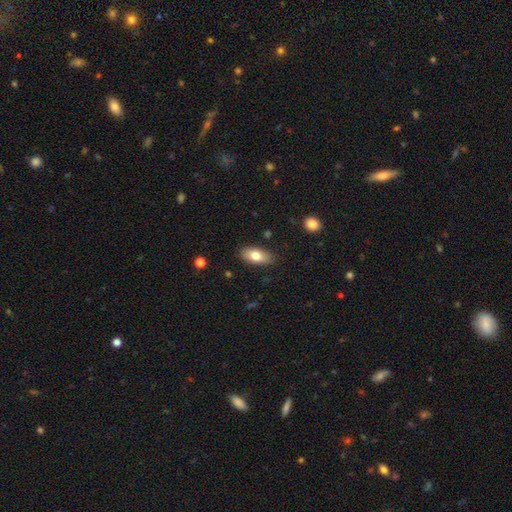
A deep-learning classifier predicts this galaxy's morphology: The model was most divided on "smooth or featured": smooth: 77%, featured or disk: 16%, star or artifact: 7%. More confident: how rounded — in between (88%); merging — none (85%).